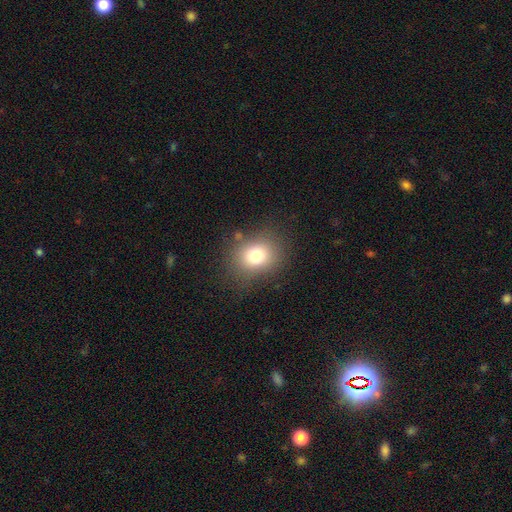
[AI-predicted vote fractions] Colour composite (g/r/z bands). It shows a smooth galaxy with no disk features (77%) that is round (59%). Merging: none (80%).